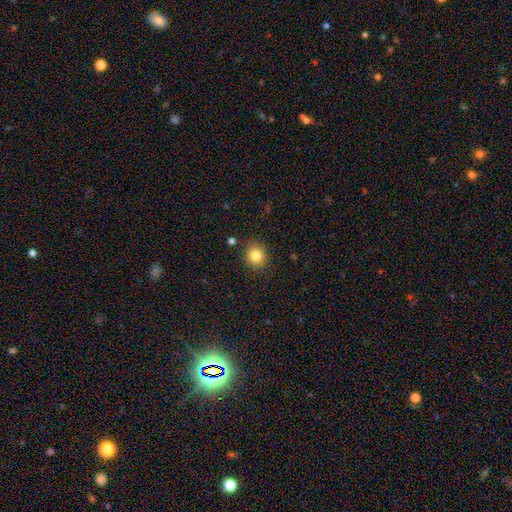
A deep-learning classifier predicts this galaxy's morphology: Q: Smooth or featured?
A: smooth (83%); runner-up: star or artifact (11%)
Q: How rounded?
A: round (85%); runner-up: in between (14%)
Q: Merging?
A: none (88%); runner-up: minor disturbance (8%)